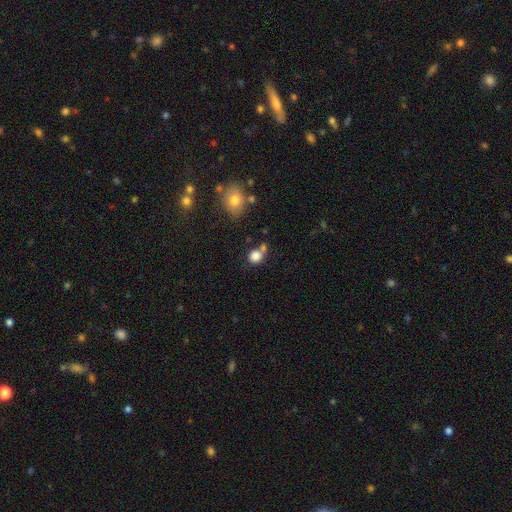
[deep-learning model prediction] Q: Smooth or featured?
A: smooth (84%); runner-up: star or artifact (11%)
Q: How rounded?
A: round (76%); runner-up: in between (22%)
Q: Merging?
A: none (58%); runner-up: merger (23%)